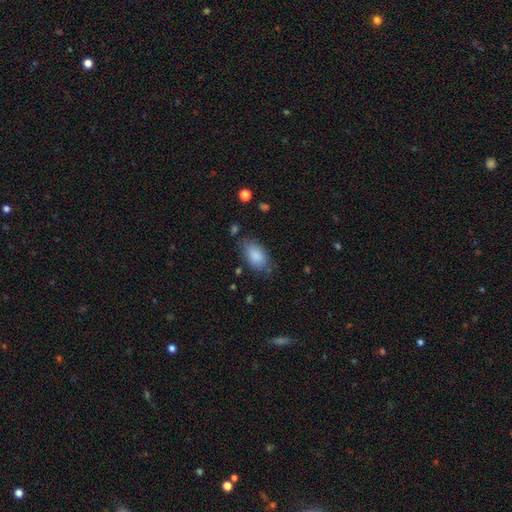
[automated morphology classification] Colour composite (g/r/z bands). It shows a smooth galaxy with no disk features (86%) that is in between round and cigar-shaped (93%). Merging: none (70%).